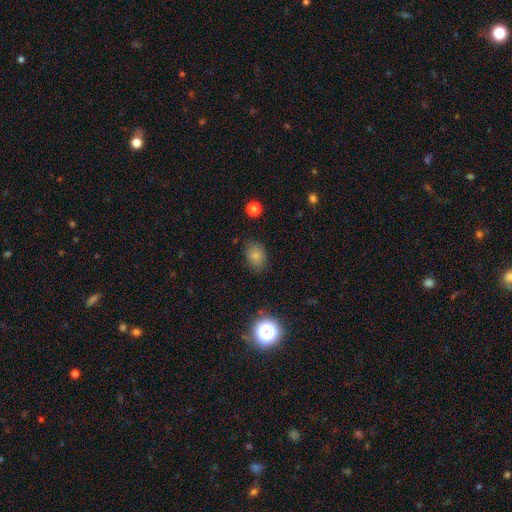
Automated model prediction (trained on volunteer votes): Smooth or featured: smooth — 78% (star or artifact — 13%)
How rounded: in between — 65% (round — 33%)
Merging: none — 81% (minor disturbance — 14%)